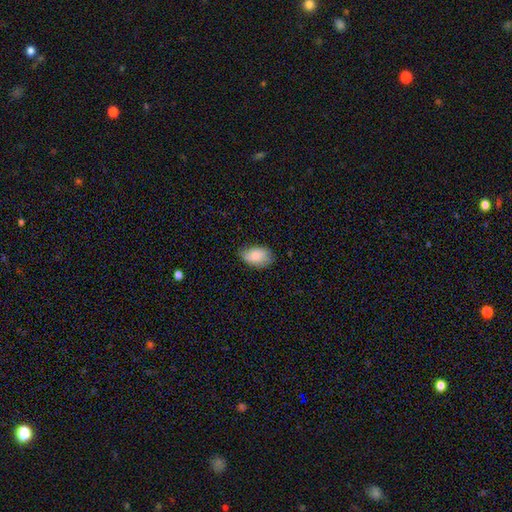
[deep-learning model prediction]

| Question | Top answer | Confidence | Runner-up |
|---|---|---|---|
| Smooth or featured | smooth | 83% | featured or disk (10%) |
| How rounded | in between | 89% | round (10%) |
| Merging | none | 72% | minor disturbance (23%) |